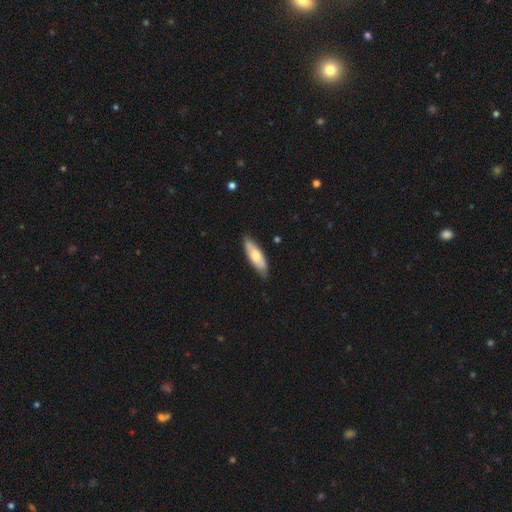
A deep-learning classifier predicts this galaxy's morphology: Smooth or featured? Predicted: smooth (p=0.62). How rounded? Predicted: in between (p=0.58). Merging? Predicted: none (p=0.81).